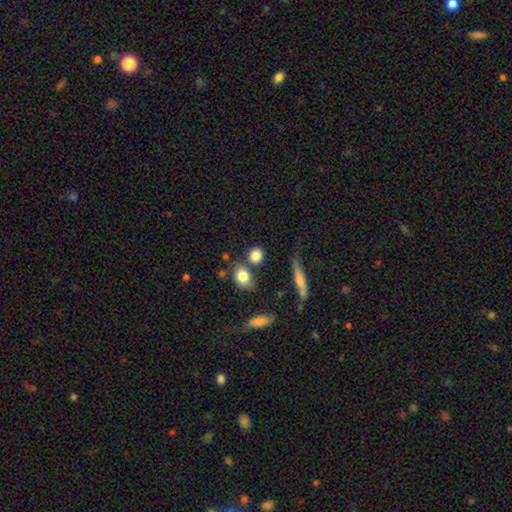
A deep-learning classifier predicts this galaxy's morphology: Smooth or featured?
  - smooth: 83% *
  - star or artifact: 9%
  - featured or disk: 8%
How rounded?
  - round: 74% *
  - in between: 22%
  - cigar-shaped: 4%
Merging?
  - none: 69% *
  - merger: 16%
  - minor disturbance: 11%
  - major disturbance: 4%